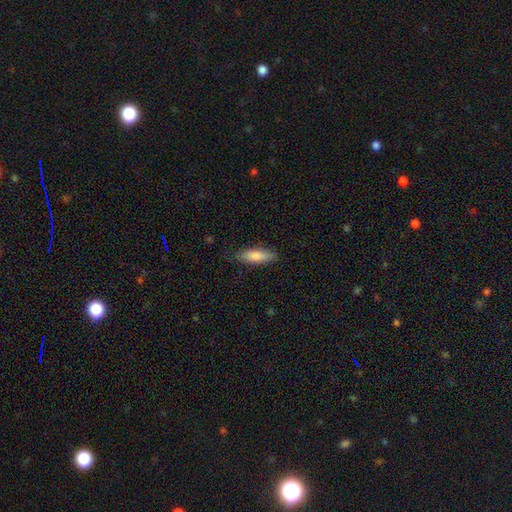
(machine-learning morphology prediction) smooth-or-featured: smooth: 81% | featured or disk: 13% | star or artifact: 6%
  how-rounded: in between: 51% | cigar-shaped: 47% | round: 2%
  merging: none: 83% | minor disturbance: 13% | major disturbance: 3% | merger: 1%